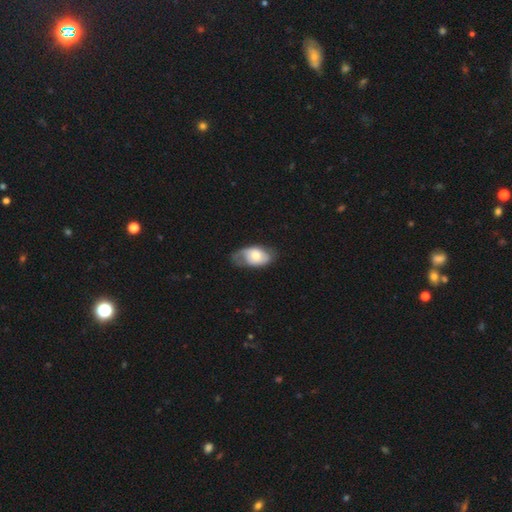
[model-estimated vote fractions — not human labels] Q: Smooth or featured?
A: featured or disk (47%); tied with: smooth (47%)
Q: Merging?
A: none (51%); runner-up: minor disturbance (31%)